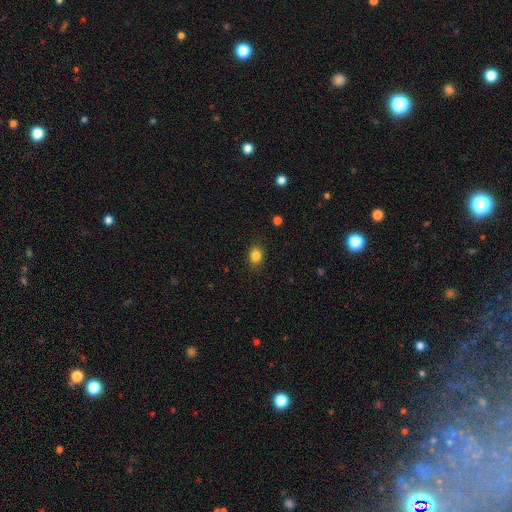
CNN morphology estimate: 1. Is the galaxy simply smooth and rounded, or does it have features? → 85% smooth, 10% star or artifact, 5% featured or disk.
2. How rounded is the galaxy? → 63% in between, 36% round, 1% cigar-shaped.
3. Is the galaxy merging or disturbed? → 86% none, 10% minor disturbance, 3% major disturbance, 1% merger.